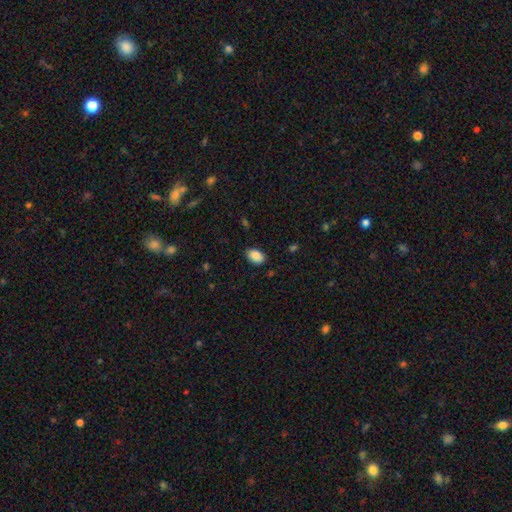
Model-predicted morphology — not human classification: Smooth or featured? smooth (88%)
How rounded? in between (87%)
Merging? none (85%)